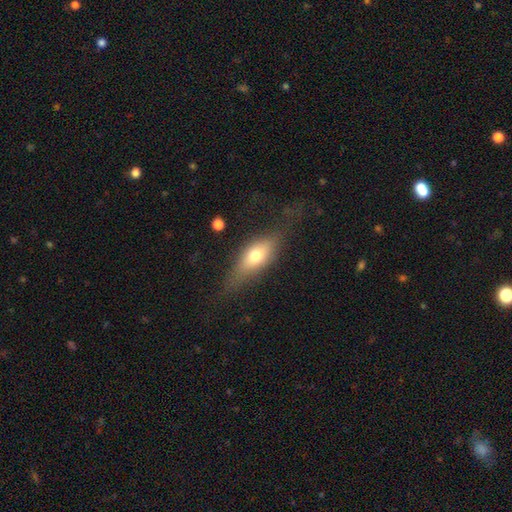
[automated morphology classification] This is possibly a smooth galaxy (60%). How rounded: likely in between (67%). Merging: likely none (66%).